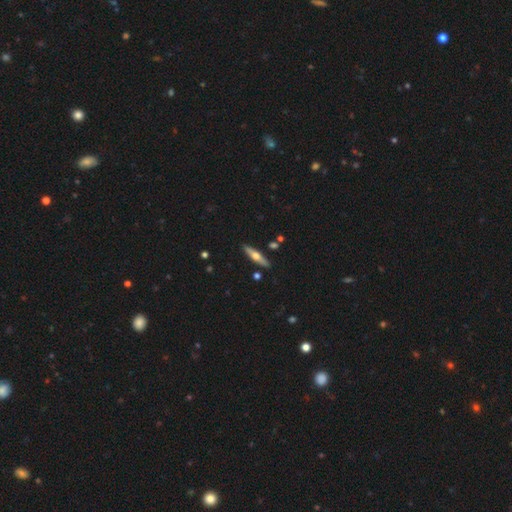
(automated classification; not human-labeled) Morphology: type=featured or disk (58%); edge-on=yes (94%); edge-on bulge=rounded (94%); merging=none (89%).